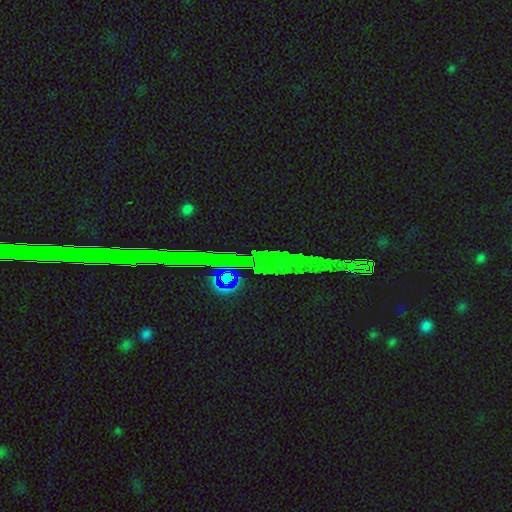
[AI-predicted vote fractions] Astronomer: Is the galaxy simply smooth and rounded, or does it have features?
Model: star or artifact — 76%.